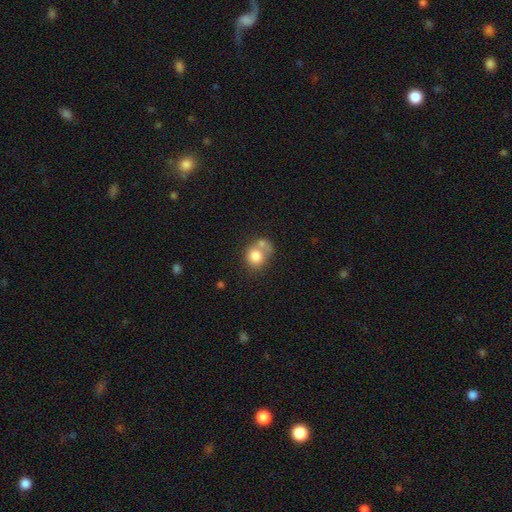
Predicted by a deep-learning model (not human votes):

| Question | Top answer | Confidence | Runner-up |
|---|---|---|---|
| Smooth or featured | smooth | 78% | featured or disk (14%) |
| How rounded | round | 68% | in between (31%) |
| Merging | merger | 49% | none (31%) |